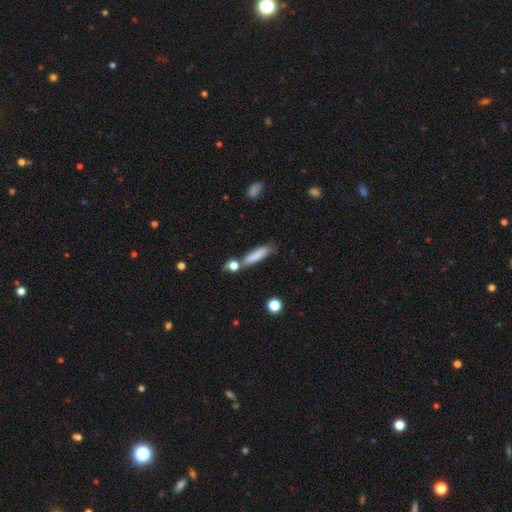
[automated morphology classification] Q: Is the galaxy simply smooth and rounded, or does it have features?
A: smooth — 80%.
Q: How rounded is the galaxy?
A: cigar-shaped — 73%.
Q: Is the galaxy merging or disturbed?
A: none — 61%.